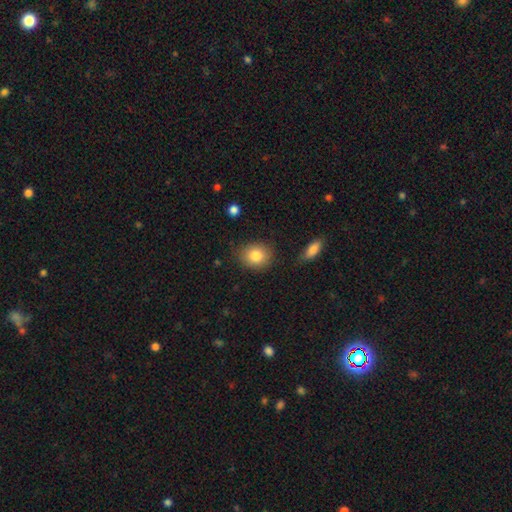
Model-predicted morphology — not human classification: Smooth or featured?
  - smooth: 82% *
  - featured or disk: 9%
  - star or artifact: 9%
How rounded?
  - round: 69% *
  - in between: 30%
  - cigar-shaped: 1%
Merging?
  - none: 84% *
  - minor disturbance: 11%
  - major disturbance: 3%
  - merger: 2%